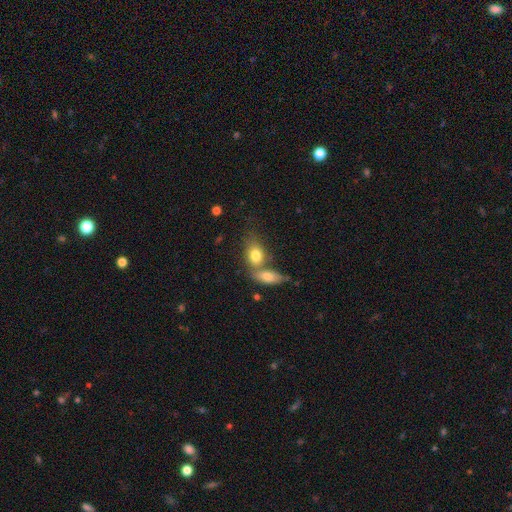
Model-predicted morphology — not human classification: Smooth or featured? smooth (80%)
How rounded? in between (76%)
Merging? merger (49%)